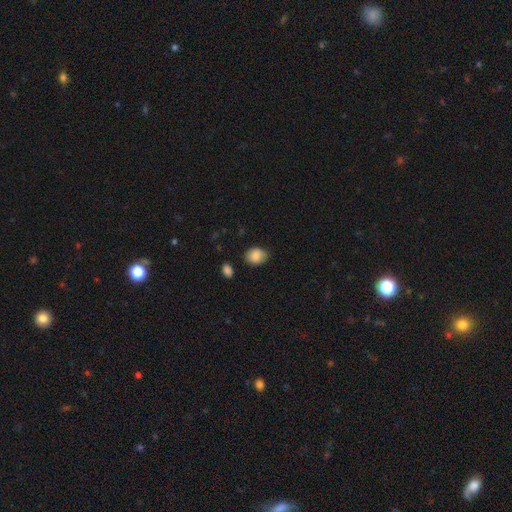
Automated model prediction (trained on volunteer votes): smooth 87%, star or artifact 8%, featured or disk 6%. Down the decision tree: how rounded — in between (52%); merging — none (79%).